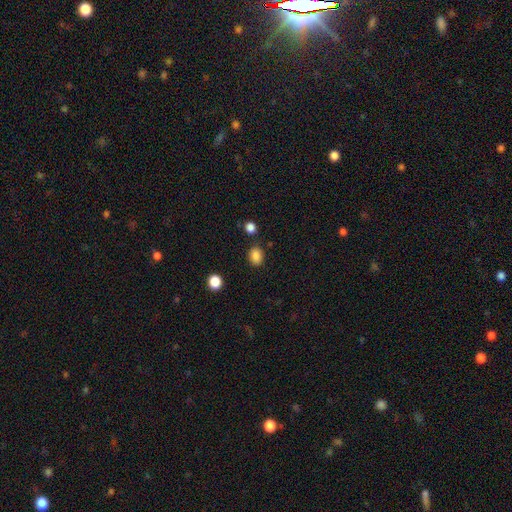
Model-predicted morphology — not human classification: smooth-or-featured: smooth: 86% | star or artifact: 10% | featured or disk: 4%
  how-rounded: in between: 56% | round: 43% | cigar-shaped: 1%
  merging: none: 82% | minor disturbance: 11% | merger: 4% | major disturbance: 3%